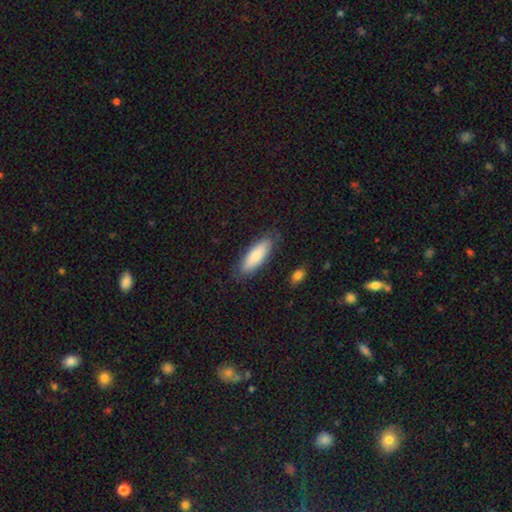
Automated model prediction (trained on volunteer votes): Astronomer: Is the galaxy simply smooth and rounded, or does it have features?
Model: smooth — 82%.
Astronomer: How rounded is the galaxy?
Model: in between — 61% (runner-up: cigar-shaped, 38%).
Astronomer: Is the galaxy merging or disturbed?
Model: none — 81%.